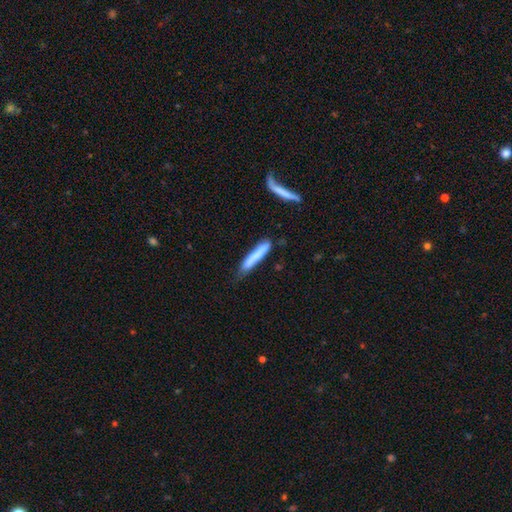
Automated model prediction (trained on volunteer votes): The model was most divided on "merging": none: 64%, minor disturbance: 25%, major disturbance: 6%, merger: 5%. More confident: how rounded — cigar-shaped (94%); smooth or featured — smooth (72%).